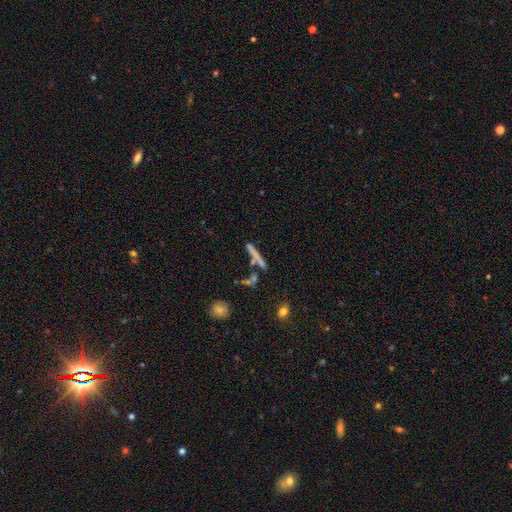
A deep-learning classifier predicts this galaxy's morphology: Smooth or featured: smooth — 54% (featured or disk — 34%)
How rounded: cigar-shaped — 90% (in between — 6%)
Merging: none — 63% (merger — 18%)